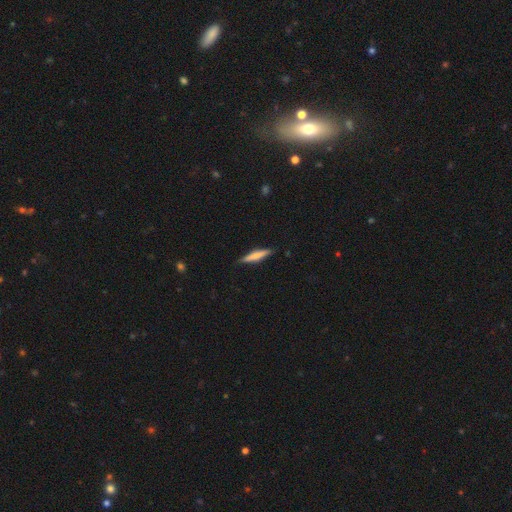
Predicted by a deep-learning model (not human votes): Smooth or featured?
  - smooth: 62% *
  - featured or disk: 32%
  - star or artifact: 6%
How rounded?
  - cigar-shaped: 90% *
  - in between: 9%
  - round: 2%
Merging?
  - none: 87% *
  - minor disturbance: 10%
  - major disturbance: 2%
  - merger: 1%